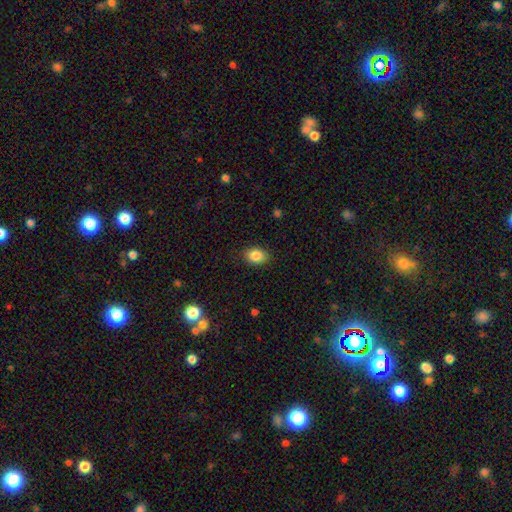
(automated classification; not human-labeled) Smooth or featured? Predicted: smooth (p=0.86). How rounded? Predicted: in between (p=0.74). Merging? Predicted: none (p=0.87).